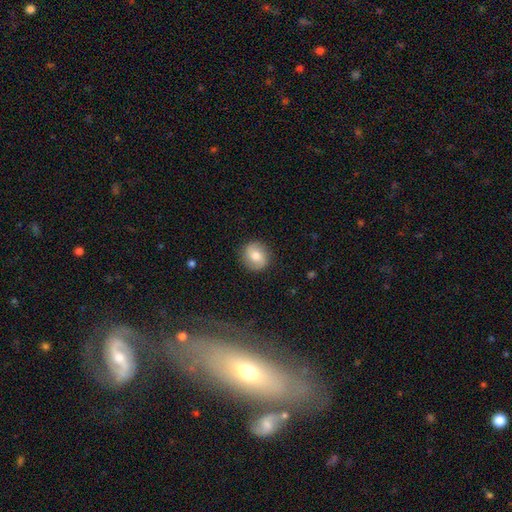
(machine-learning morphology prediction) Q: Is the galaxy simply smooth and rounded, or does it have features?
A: smooth — 59%.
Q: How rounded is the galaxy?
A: round — 83%.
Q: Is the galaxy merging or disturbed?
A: none — 87%.